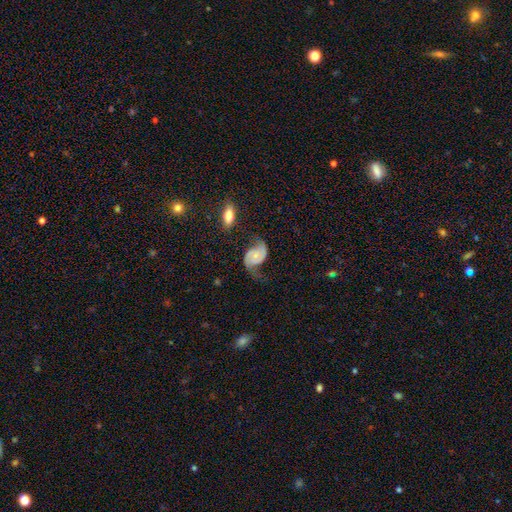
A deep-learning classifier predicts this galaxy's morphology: This appears to be a featured or disk galaxy (83%) with no bar (70%), 2 (92%) loose (49%) spiral arms (96%) and a small central bulge (62%). Merging: none (58%).